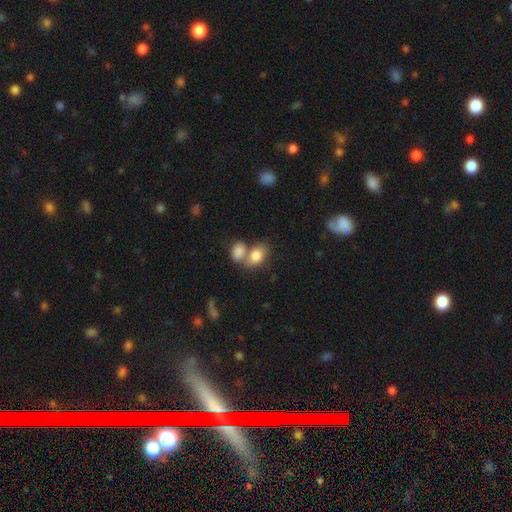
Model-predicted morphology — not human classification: This is clearly a smooth galaxy (82%). How rounded: likely in between (78%). Merging: possibly merger (56%).